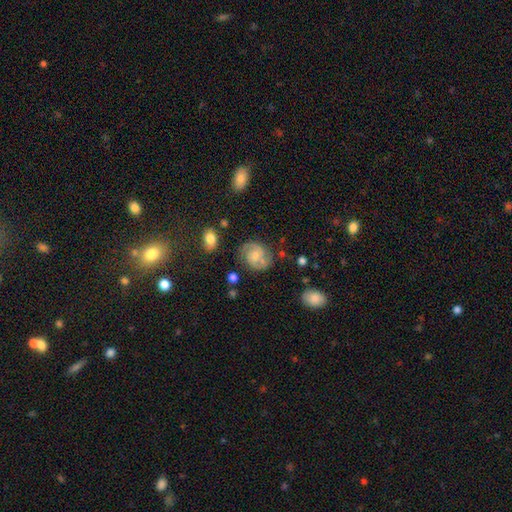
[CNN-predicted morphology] Smooth or featured? Predicted: featured or disk (p=0.67). Edge-on disk? Predicted: no (p=0.98). Bar? Predicted: no (p=0.62). Spiral arms? Predicted: yes (p=0.90). Spiral winding? Predicted: medium (p=0.46). Spiral arm count? Predicted: 2 (p=0.78). Bulge size? Predicted: small (p=0.47). Merging? Predicted: none (p=0.68).